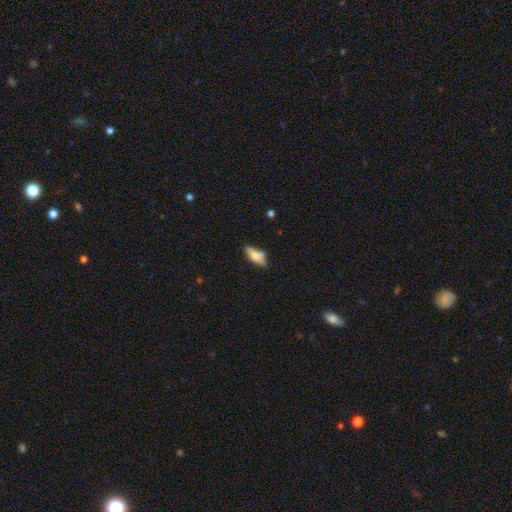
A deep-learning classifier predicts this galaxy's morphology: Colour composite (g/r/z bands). It shows a smooth galaxy with no disk features (68%) that is in between round and cigar-shaped (69%). Merging: none (56%).